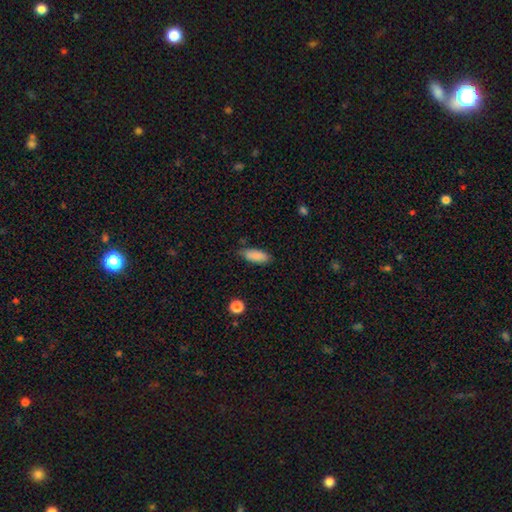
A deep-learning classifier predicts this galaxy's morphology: A smooth galaxy with no disk features (88%) that is in between round and cigar-shaped (78%). Merging: none (76%).